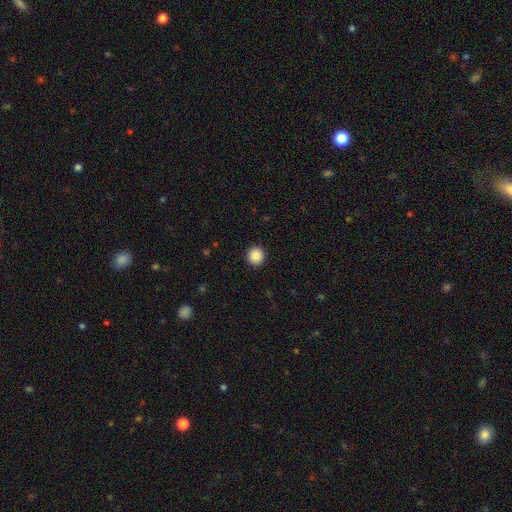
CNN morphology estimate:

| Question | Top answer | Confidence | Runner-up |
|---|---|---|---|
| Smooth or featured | smooth | 89% | star or artifact (9%) |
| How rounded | round | 93% | in between (7%) |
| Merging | none | 93% | minor disturbance (5%) |